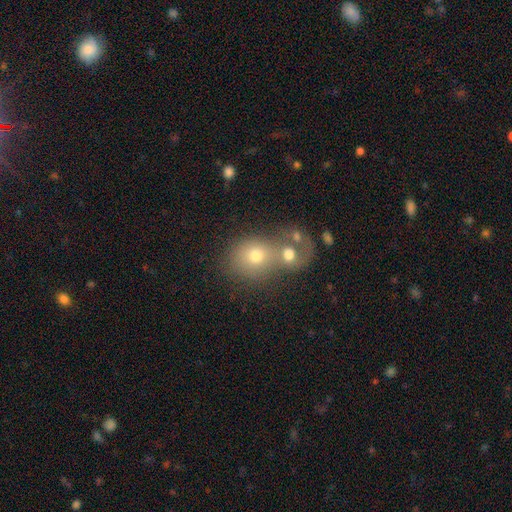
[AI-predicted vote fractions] smooth-or-featured: smooth: 60% | featured or disk: 21% | star or artifact: 19%
  how-rounded: round: 69% | in between: 30% | cigar-shaped: 1%
  merging: merger: 58% | none: 31% | minor disturbance: 7% | major disturbance: 4%